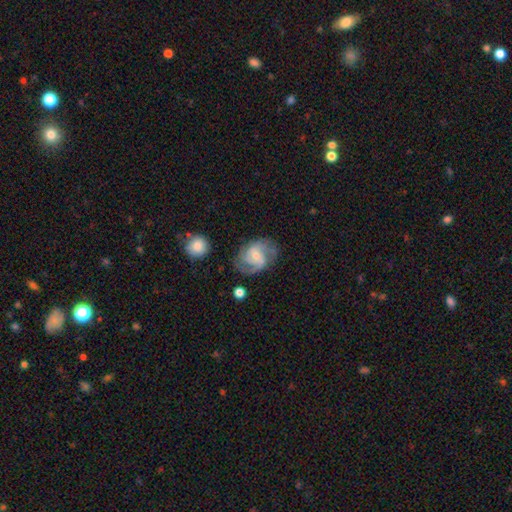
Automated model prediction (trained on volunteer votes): Q: Smooth or featured?
A: featured or disk (78%); runner-up: smooth (16%)
Q: Edge-on disk?
A: no (98%); runner-up: yes (2%)
Q: Bar?
A: no (49%); runner-up: weak (43%)
Q: Spiral arms?
A: yes (94%); runner-up: no (6%)
Q: Spiral winding?
A: medium (51%); runner-up: tight (29%)
Q: Spiral arm count?
A: 2 (54%); runner-up: 3 (21%)
Q: Bulge size?
A: small (60%); runner-up: moderate (34%)
Q: Merging?
A: none (66%); runner-up: minor disturbance (20%)